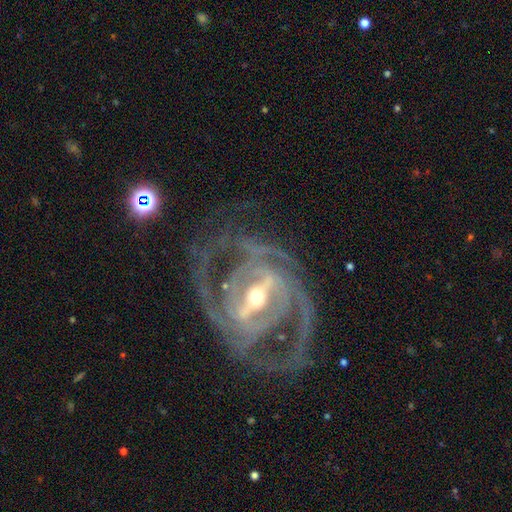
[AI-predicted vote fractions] Morphology: type=featured or disk (90%); edge-on=no (95%); bar=strong (70%); spiral arms=yes (95%); winding=tight (50%); arm count=2 (41%); bulge=moderate (50%); merging=none (68%).